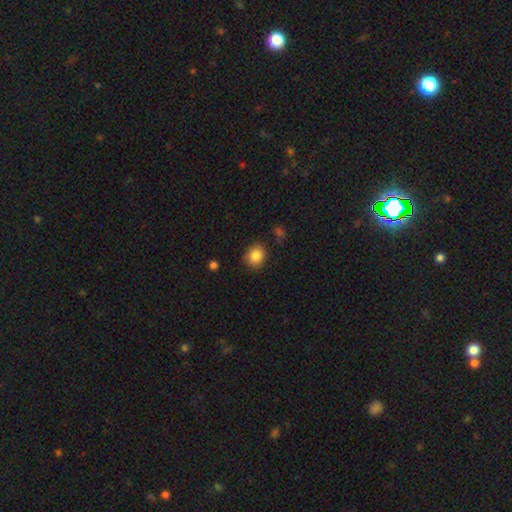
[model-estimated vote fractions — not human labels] A smooth galaxy with no disk features (85%) that is round (67%).

Vote fractions:
- Smooth or featured? smooth: 85% / star or artifact: 9% / featured or disk: 6%
- How rounded? round: 67% / in between: 32% / cigar-shaped: 1%
- Merging? none: 83% / minor disturbance: 12% / major disturbance: 3% / merger: 2%